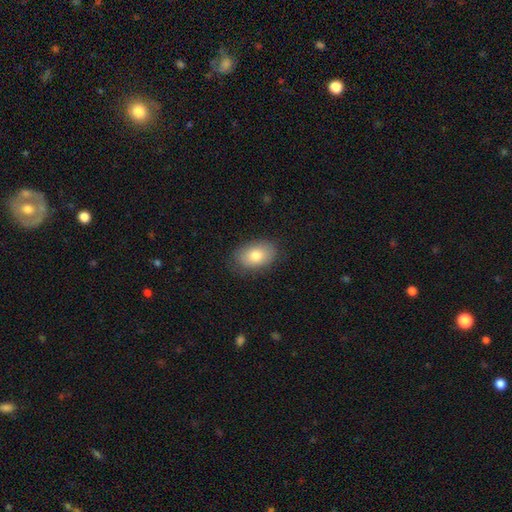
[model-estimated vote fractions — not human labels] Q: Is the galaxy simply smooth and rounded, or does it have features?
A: smooth — 78%.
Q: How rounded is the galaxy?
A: in between — 87%.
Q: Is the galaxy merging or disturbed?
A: none — 82%.